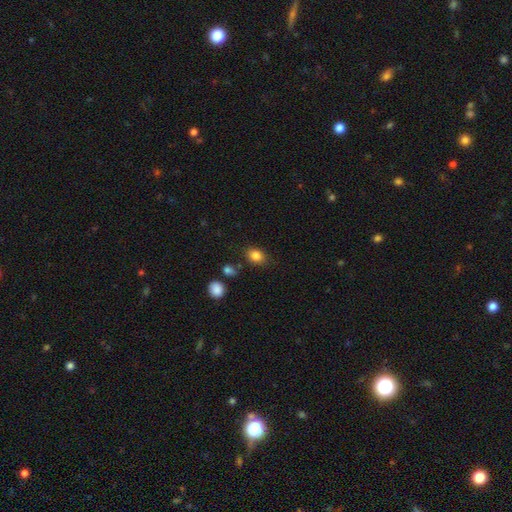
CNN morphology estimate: Smooth or featured? smooth (84%)
How rounded? in between (59%)
Merging? none (81%)